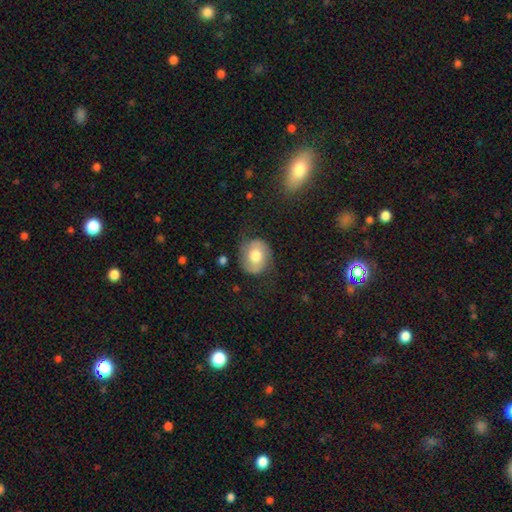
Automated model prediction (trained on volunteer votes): Overall: smooth (47%; featured or disk 45%). Merging: none (67%).